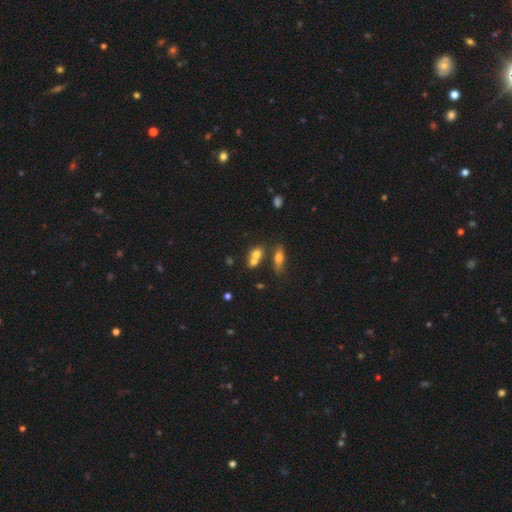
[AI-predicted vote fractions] A smooth galaxy with no disk features (67%) that is round (47%).

Vote fractions:
- Smooth or featured? smooth: 67% / featured or disk: 19% / star or artifact: 13%
- How rounded? round: 47% / in between: 45% / cigar-shaped: 8%
- Merging? merger: 53% / none: 34% / minor disturbance: 8% / major disturbance: 4%